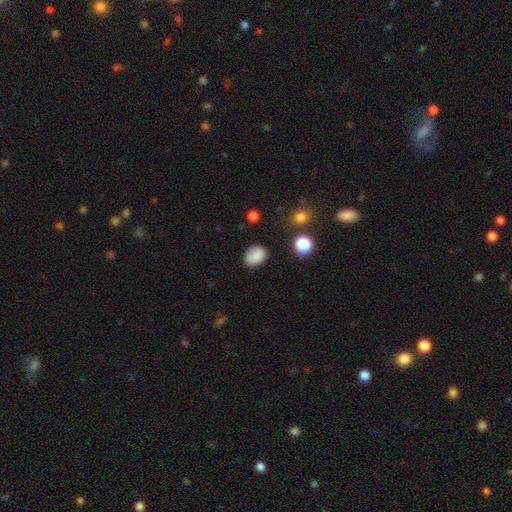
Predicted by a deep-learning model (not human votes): Smooth or featured?
  - smooth: 84% *
  - star or artifact: 10%
  - featured or disk: 6%
How rounded?
  - in between: 64% *
  - round: 35%
  - cigar-shaped: 1%
Merging?
  - none: 79% *
  - minor disturbance: 15%
  - major disturbance: 4%
  - merger: 2%